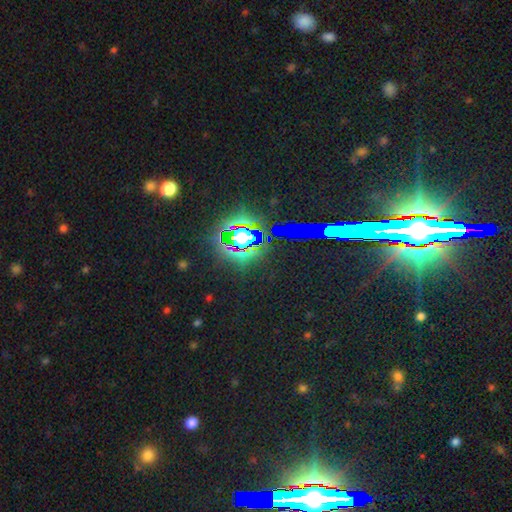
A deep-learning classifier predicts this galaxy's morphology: smooth_or_featured: star or artifact (p=0.83) [alt: smooth p=0.09]